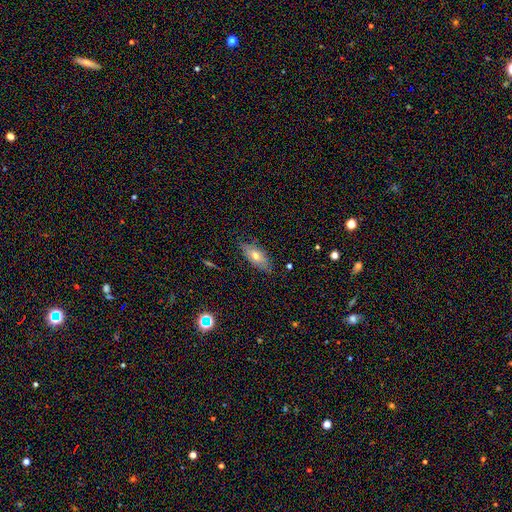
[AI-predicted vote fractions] smooth-or-featured: smooth: 62% | featured or disk: 28% | star or artifact: 10%
  how-rounded: in between: 81% | cigar-shaped: 15% | round: 4%
  merging: none: 80% | minor disturbance: 16% | major disturbance: 3% | merger: 1%